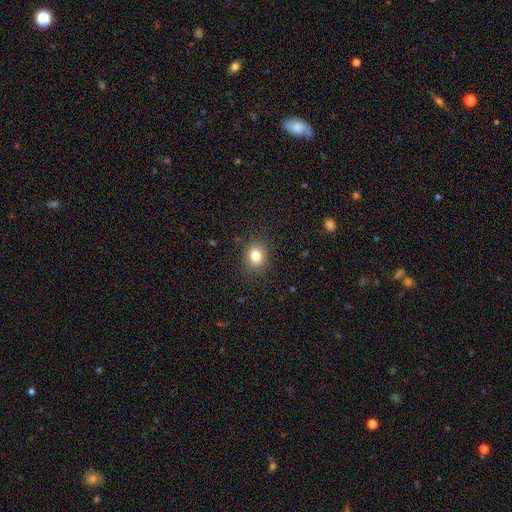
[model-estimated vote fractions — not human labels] A smooth galaxy with no disk features (82%) that is round (56%). Merging: none (86%).